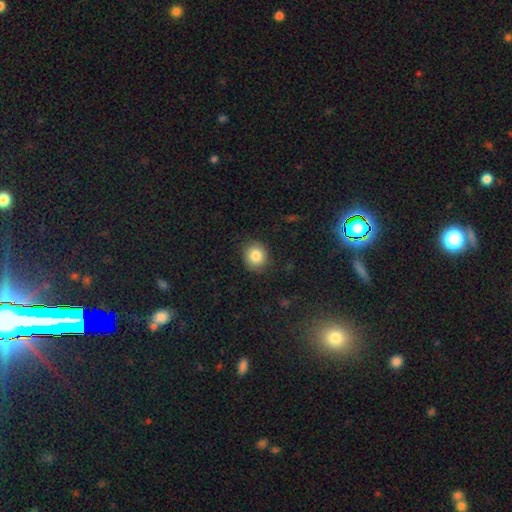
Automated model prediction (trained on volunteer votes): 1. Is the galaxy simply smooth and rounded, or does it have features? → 84% smooth, 9% star or artifact, 7% featured or disk.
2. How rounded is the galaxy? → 83% round, 16% in between, 1% cigar-shaped.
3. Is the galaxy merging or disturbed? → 87% none, 9% minor disturbance, 3% major disturbance, 1% merger.